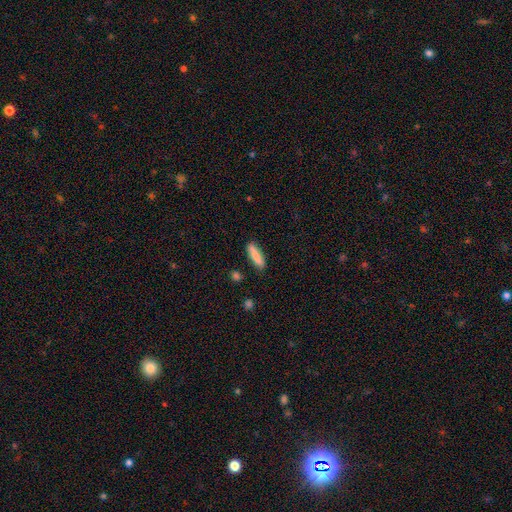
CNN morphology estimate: Q: Smooth or featured?
A: smooth (81%); runner-up: featured or disk (13%)
Q: How rounded?
A: cigar-shaped (68%); runner-up: in between (30%)
Q: Merging?
A: none (85%); runner-up: minor disturbance (10%)